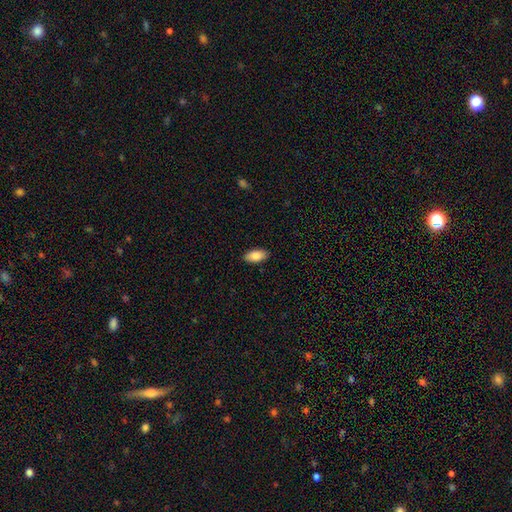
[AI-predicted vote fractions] A smooth galaxy with no disk features (86%) that is in between round and cigar-shaped (93%).

Vote fractions:
- Smooth or featured? smooth: 86% / featured or disk: 8% / star or artifact: 6%
- How rounded? in between: 93% / cigar-shaped: 5% / round: 3%
- Merging? none: 89% / minor disturbance: 8% / major disturbance: 2% / merger: 1%